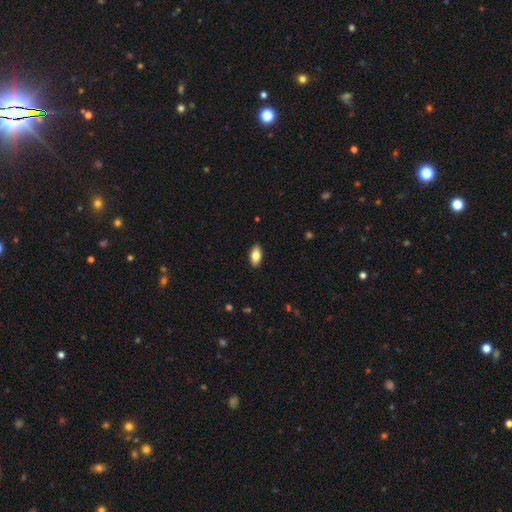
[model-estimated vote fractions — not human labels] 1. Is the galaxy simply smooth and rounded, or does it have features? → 79% smooth, 14% featured or disk, 7% star or artifact.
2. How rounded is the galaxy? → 90% in between, 7% cigar-shaped, 3% round.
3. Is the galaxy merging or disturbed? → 89% none, 8% minor disturbance, 2% major disturbance, 1% merger.